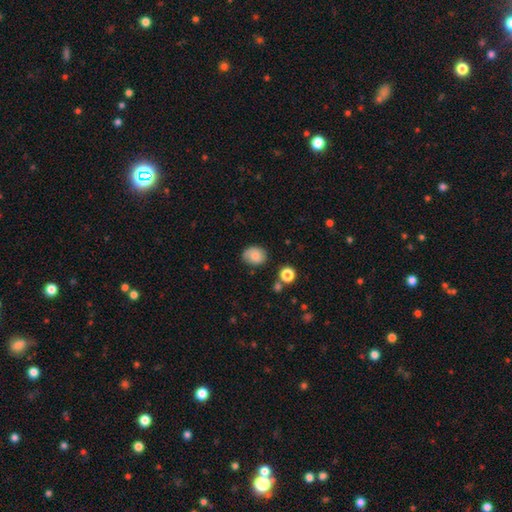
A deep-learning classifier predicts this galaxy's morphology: smooth-or-featured: smooth: 77% | featured or disk: 13% | star or artifact: 9%
  how-rounded: round: 54% | in between: 45% | cigar-shaped: 1%
  merging: none: 72% | minor disturbance: 21% | major disturbance: 5% | merger: 3%